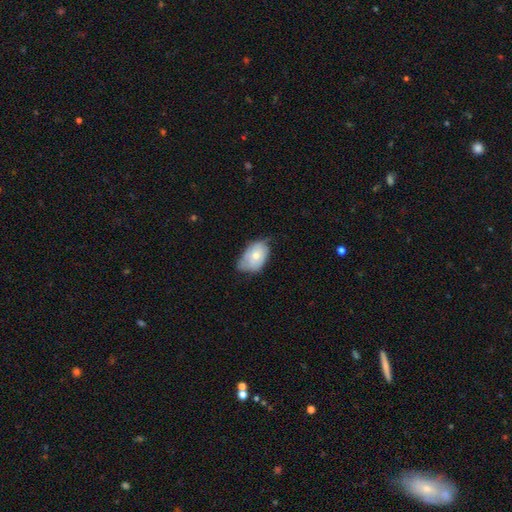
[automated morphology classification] The model was most divided on "merging": minor disturbance: 45%, none: 40%, major disturbance: 12%, merger: 2%. More confident: how rounded — in between (87%); smooth or featured — smooth (66%).